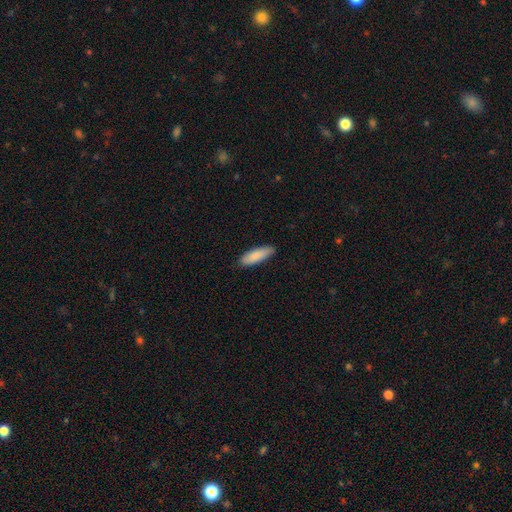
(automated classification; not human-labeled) This appears to be a smooth galaxy with no disk features (87%) that is in between round and cigar-shaped (56%). Merging: none (85%).